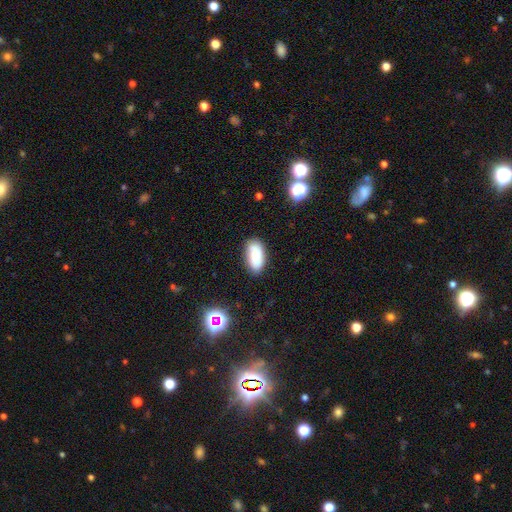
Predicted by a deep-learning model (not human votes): smooth 81%, featured or disk 10%, star or artifact 9%. Down the decision tree: how rounded — in between (93%); merging — none (79%).